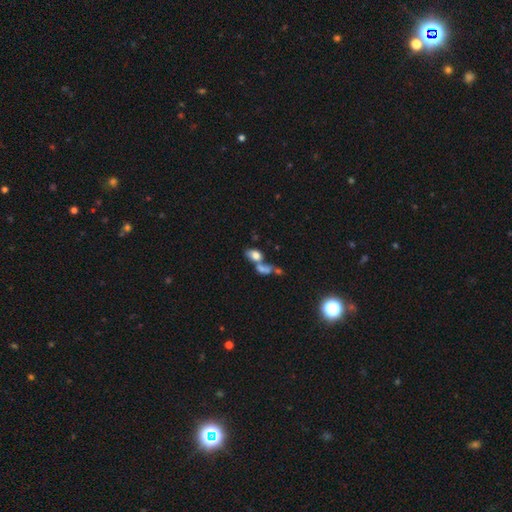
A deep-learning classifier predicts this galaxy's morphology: smooth 66%, featured or disk 21%, star or artifact 12%. Down the decision tree: how rounded — in between (74%); merging — merger (64%).